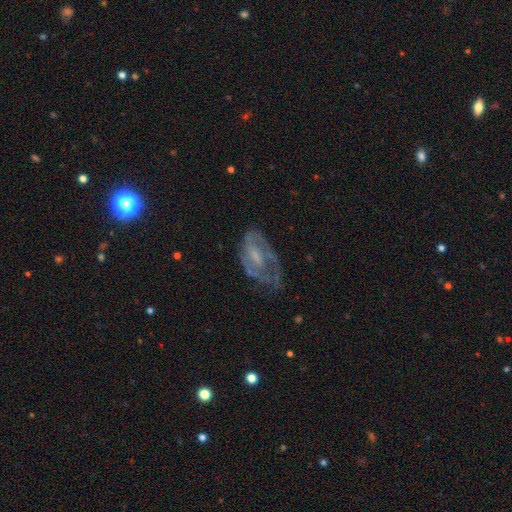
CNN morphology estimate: A featured or disk galaxy (69%) with no bar (47%), spiral arms (70%) and a small central bulge (38%).

Vote fractions:
- Smooth or featured? featured or disk: 69% / smooth: 22% / star or artifact: 9%
- Edge-on disk? no: 95% / yes: 5%
- Bar? no: 47% / weak: 41% / strong: 12%
- Spiral arms? yes: 70% / no: 30%
- Bulge size? small: 38% / none: 29% / moderate: 28% / large: 4% / dominant: 1%
- Merging? none: 41% / major disturbance: 30% / minor disturbance: 27% / merger: 3%